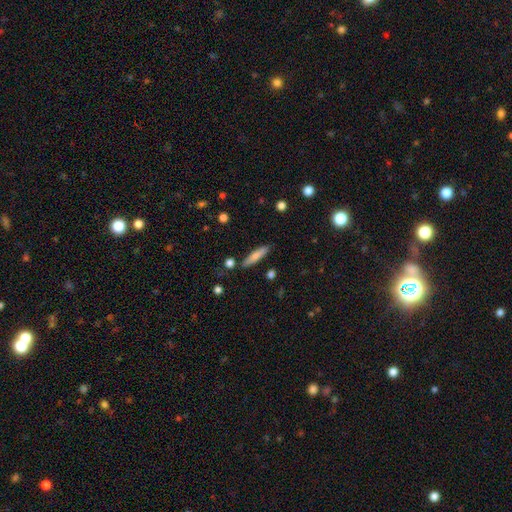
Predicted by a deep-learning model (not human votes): Overall: smooth (74%). How rounded: cigar-shaped (83%). Merging: none (85%).